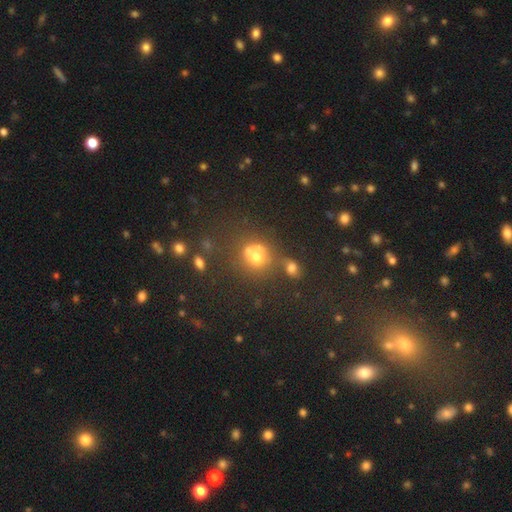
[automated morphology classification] Overall: smooth (62%; star or artifact 25%). How rounded: round (82%). Merging: none (50%; merger 33%).